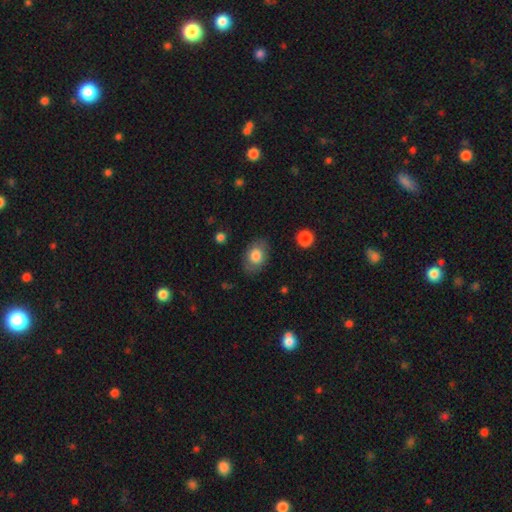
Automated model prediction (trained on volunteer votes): A smooth galaxy with no disk features (79%) that is in between round and cigar-shaped (75%). Merging: none (81%).